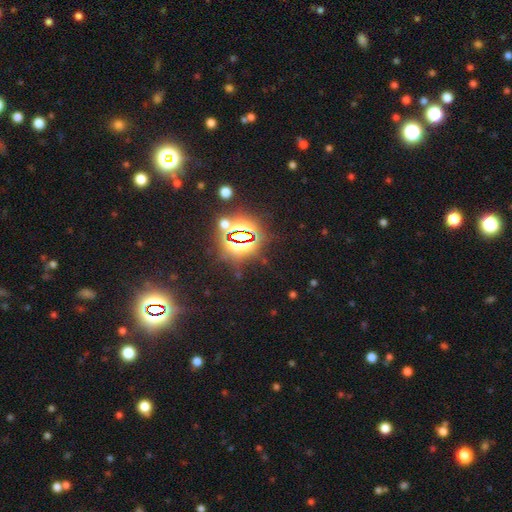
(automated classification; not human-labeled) Smooth or featured?
  - star or artifact: 80% *
  - smooth: 14%
  - featured or disk: 7%